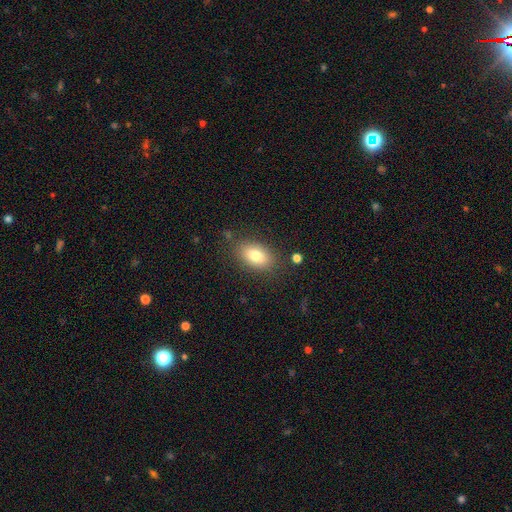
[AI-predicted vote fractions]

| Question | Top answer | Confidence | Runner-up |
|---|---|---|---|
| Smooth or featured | smooth | 80% | featured or disk (12%) |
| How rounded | in between | 88% | round (10%) |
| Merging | none | 82% | minor disturbance (12%) |